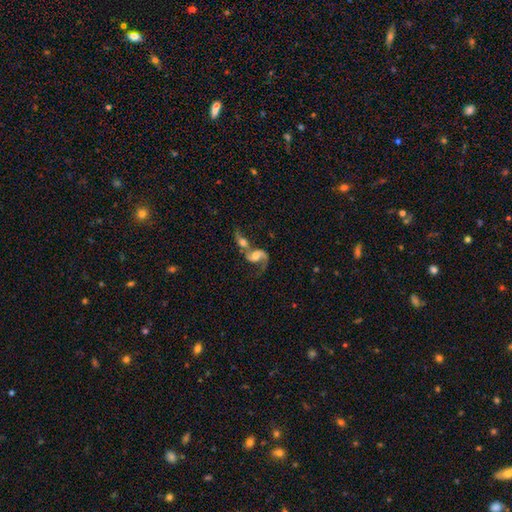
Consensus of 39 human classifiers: Smooth or featured: featured or disk — 79% (star or artifact — 13%)
Edge-on disk: no — 100%
Bar: no — 48% (weak — 39%)
Spiral arms: yes — 97% (no — 3%)
Spiral winding: loose — 63% (medium — 33%)
Spiral arm count: 2 — 60% (1 — 30%)
Bulge size: moderate — 61% (large — 23%)
Merging: merger — 76% (none — 9%)